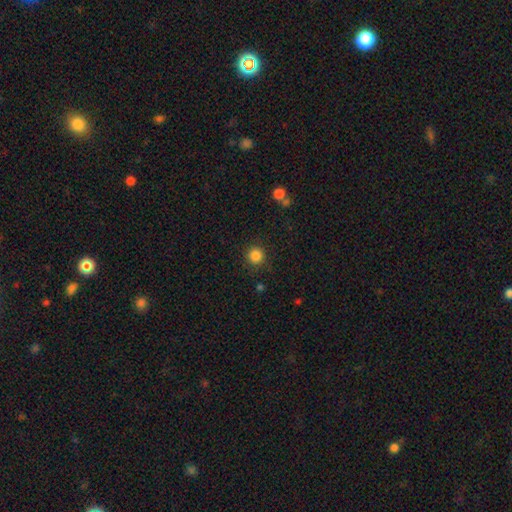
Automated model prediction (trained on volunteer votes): This is clearly a smooth galaxy (85%). How rounded: clearly round (94%). Merging: clearly none (89%).